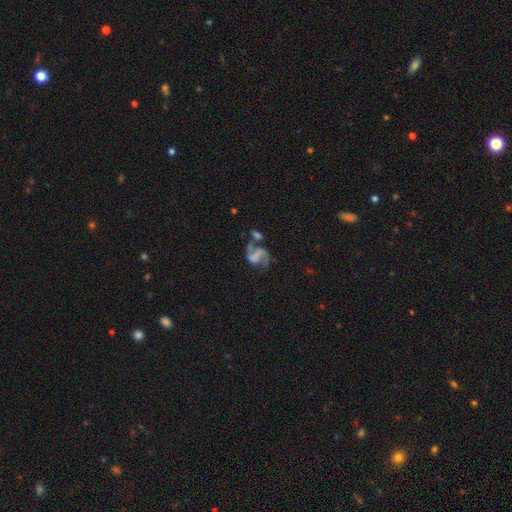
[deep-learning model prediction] Q: Smooth or featured?
A: featured or disk (73%); runner-up: smooth (17%)
Q: Edge-on disk?
A: no (98%); runner-up: yes (2%)
Q: Bar?
A: weak (35%); runner-up: no (34%)
Q: Spiral arms?
A: yes (85%); runner-up: no (15%)
Q: Spiral winding?
A: loose (59%); runner-up: medium (33%)
Q: Spiral arm count?
A: 2 (83%); runner-up: 1 (10%)
Q: Bulge size?
A: none (67%); runner-up: small (15%)
Q: Merging?
A: none (33%); runner-up: major disturbance (25%)